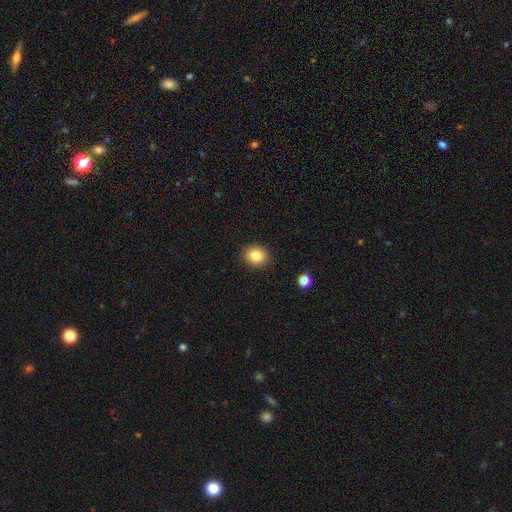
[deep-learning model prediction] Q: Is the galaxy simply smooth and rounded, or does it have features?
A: smooth — 84%.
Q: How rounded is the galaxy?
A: round — 73%.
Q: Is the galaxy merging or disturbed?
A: none — 89%.